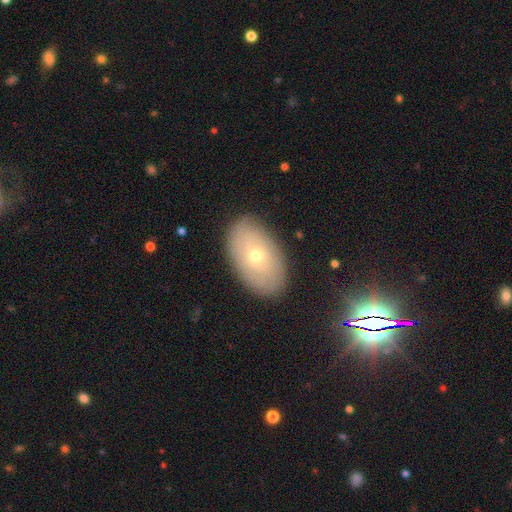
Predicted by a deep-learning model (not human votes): Overall: smooth (49%; featured or disk 41%). Merging: none (84%).